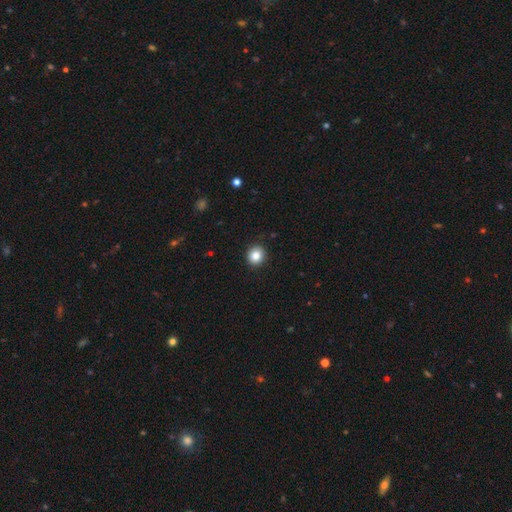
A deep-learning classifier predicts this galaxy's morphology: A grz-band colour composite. It shows a smooth galaxy with no disk features (84%) that is round (88%). Merging: none (91%).